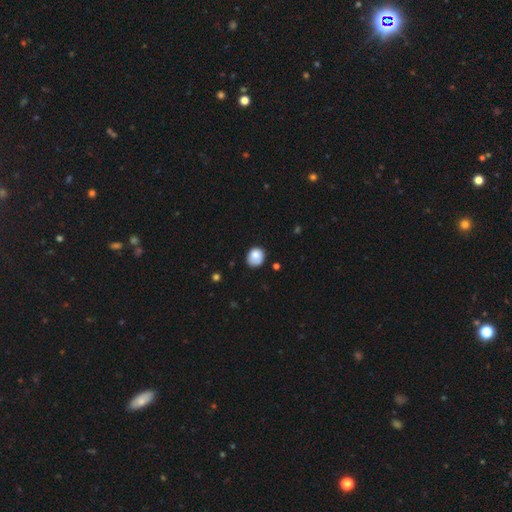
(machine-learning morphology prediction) Overall: smooth (82%). How rounded: round (73%). Merging: none (69%).